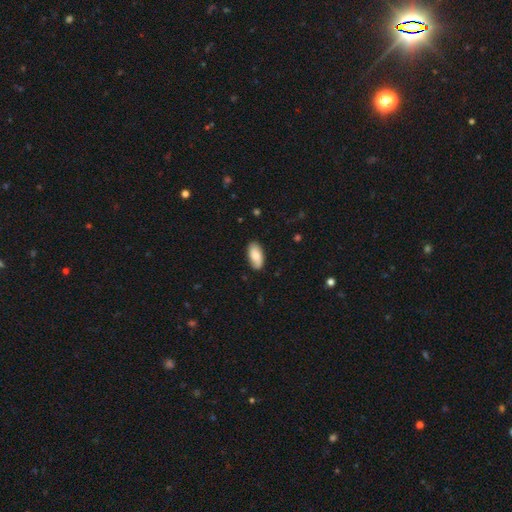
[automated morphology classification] A smooth galaxy with no disk features (81%) that is in between round and cigar-shaped (92%).

Vote fractions:
- Smooth or featured? smooth: 81% / featured or disk: 13% / star or artifact: 6%
- How rounded? in between: 92% / cigar-shaped: 6% / round: 2%
- Merging? none: 85% / minor disturbance: 12% / major disturbance: 2% / merger: 1%